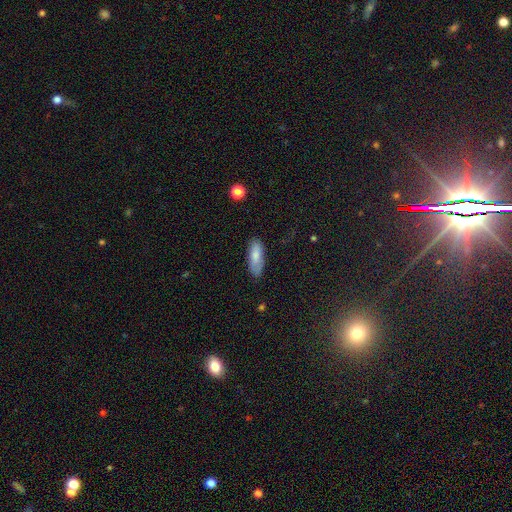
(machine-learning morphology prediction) Overall: smooth (81%). How rounded: in between (67%; cigar-shaped 31%). Merging: none (79%).